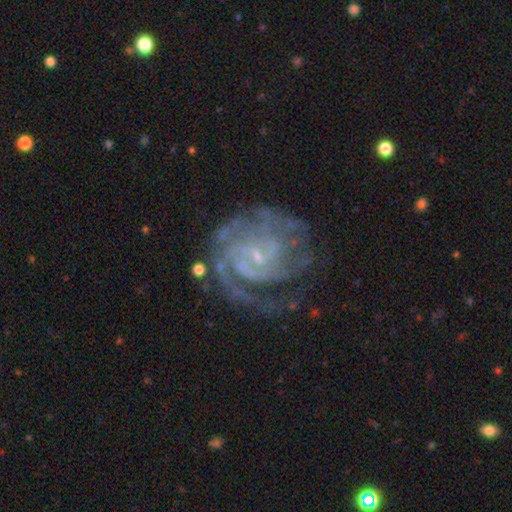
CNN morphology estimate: Q: Smooth or featured?
A: featured or disk (90%); runner-up: star or artifact (6%)
Q: Edge-on disk?
A: no (98%); runner-up: yes (2%)
Q: Bar?
A: no (46%); runner-up: weak (43%)
Q: Spiral arms?
A: yes (97%); runner-up: no (3%)
Q: Spiral winding?
A: tight (66%); runner-up: medium (29%)
Q: Spiral arm count?
A: 2 (25%); runner-up: 3 (24%)
Q: Bulge size?
A: small (79%); runner-up: moderate (12%)
Q: Merging?
A: none (64%); runner-up: minor disturbance (19%)